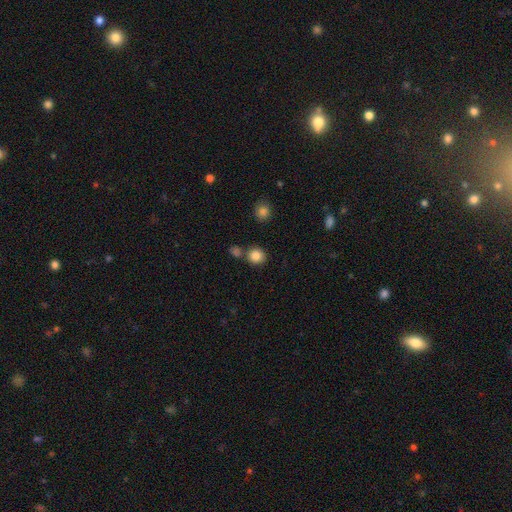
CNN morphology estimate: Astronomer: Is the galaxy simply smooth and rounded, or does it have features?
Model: smooth — 85%.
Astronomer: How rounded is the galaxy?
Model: round — 86%.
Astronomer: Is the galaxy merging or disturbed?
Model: none — 75%.